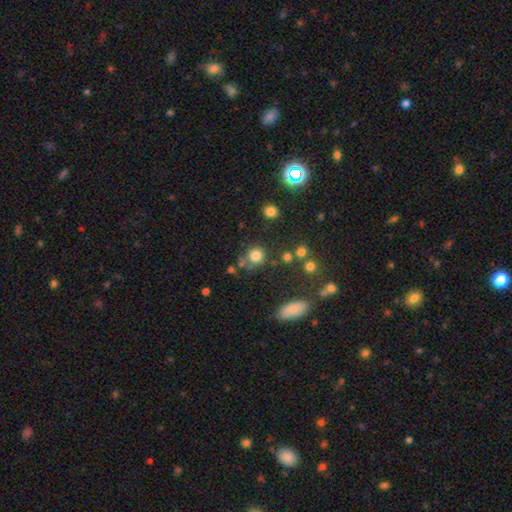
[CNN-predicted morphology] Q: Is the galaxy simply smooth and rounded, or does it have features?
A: smooth — 79%.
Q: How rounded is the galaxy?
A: round — 87%.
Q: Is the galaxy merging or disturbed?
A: none — 67%.